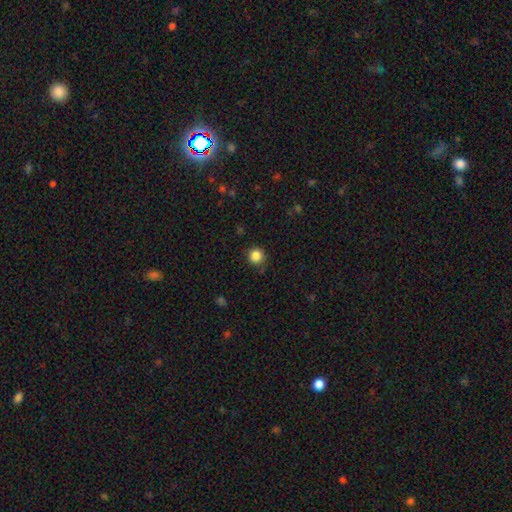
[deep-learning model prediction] Morphology: type=smooth (85%); roundness=round (95%); merging=none (87%).